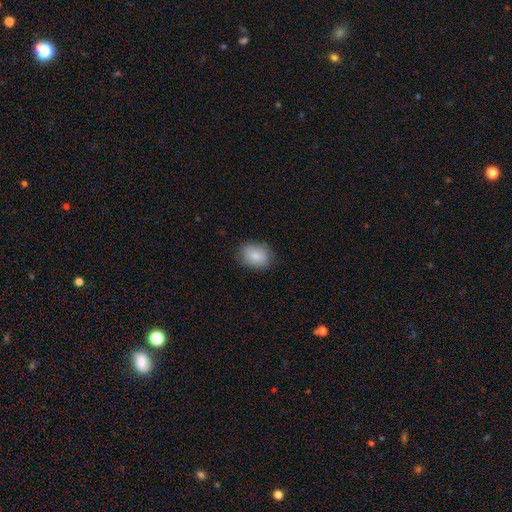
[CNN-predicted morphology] Q: Smooth or featured?
A: smooth (85%); runner-up: featured or disk (8%)
Q: How rounded?
A: in between (62%); runner-up: round (37%)
Q: Merging?
A: none (83%); runner-up: minor disturbance (13%)